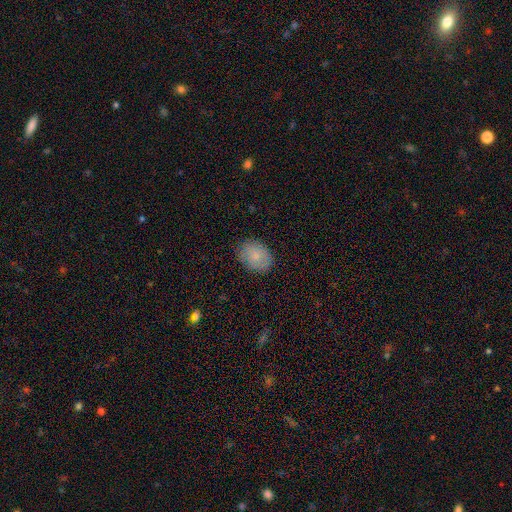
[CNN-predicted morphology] A smooth galaxy with no disk features (81%) that is in between round and cigar-shaped (64%).

Vote fractions:
- Smooth or featured? smooth: 81% / featured or disk: 11% / star or artifact: 7%
- How rounded? in between: 64% / round: 35% / cigar-shaped: 1%
- Merging? none: 85% / minor disturbance: 12% / major disturbance: 3% / merger: 1%